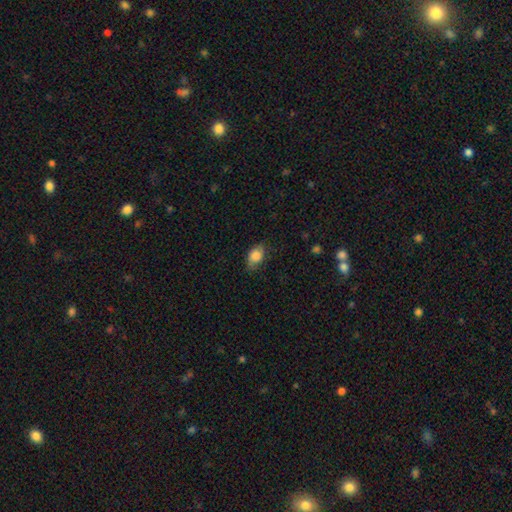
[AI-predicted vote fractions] smooth 85%, star or artifact 8%, featured or disk 8%. Down the decision tree: how rounded — in between (83%); merging — none (72%).